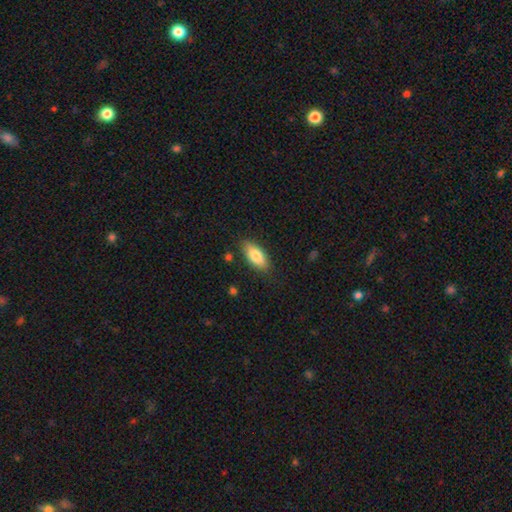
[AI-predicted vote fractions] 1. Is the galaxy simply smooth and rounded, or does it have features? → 82% smooth, 12% featured or disk, 6% star or artifact.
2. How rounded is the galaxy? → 86% in between, 12% cigar-shaped, 2% round.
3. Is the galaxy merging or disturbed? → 82% none, 13% minor disturbance, 3% major disturbance, 2% merger.